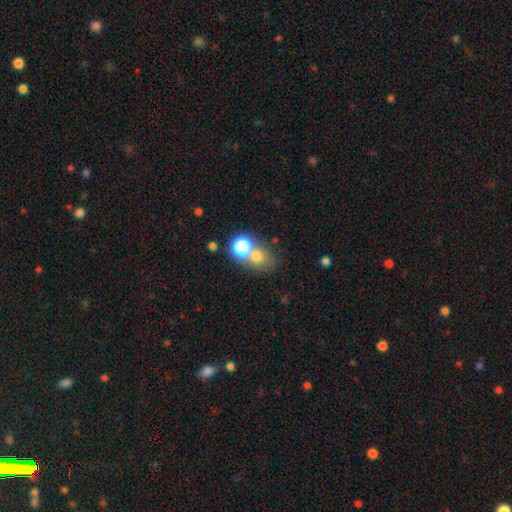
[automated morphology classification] This appears to be a smooth galaxy with no disk features (67%) that is round (65%). Merging: none (52%).